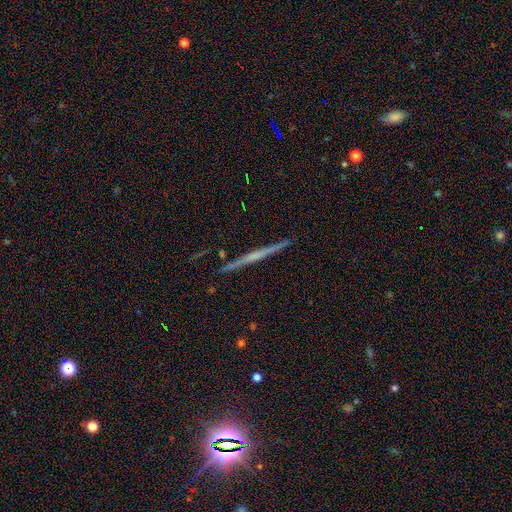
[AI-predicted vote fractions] featured or disk 69%, smooth 23%, star or artifact 7%. Down the decision tree: edge-on disk — yes (98%); edge-on bulge — none (65%); merging — none (92%).